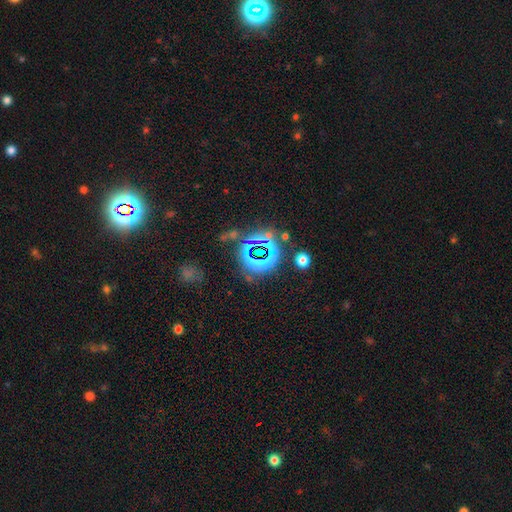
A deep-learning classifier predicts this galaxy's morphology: star or artifact 76%, smooth 14%, featured or disk 10%.